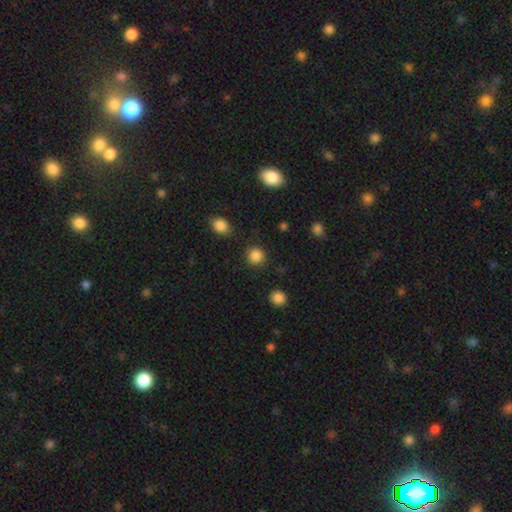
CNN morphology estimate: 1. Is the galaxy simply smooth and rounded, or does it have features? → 85% smooth, 11% star or artifact, 3% featured or disk.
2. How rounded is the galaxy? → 92% round, 7% in between, 1% cigar-shaped.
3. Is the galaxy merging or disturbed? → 89% none, 7% minor disturbance, 3% major disturbance, 2% merger.